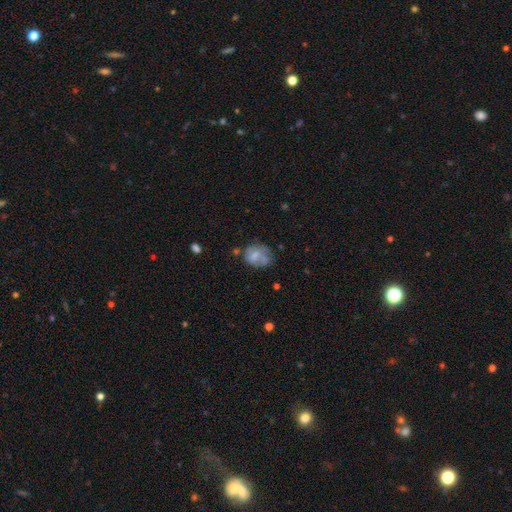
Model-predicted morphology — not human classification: A smooth galaxy with no disk features (60%) that is round (50%).

Vote fractions:
- Smooth or featured? smooth: 60% / featured or disk: 30% / star or artifact: 10%
- How rounded? round: 50% / in between: 49% / cigar-shaped: 1%
- Merging? none: 41% / minor disturbance: 29% / major disturbance: 20% / merger: 11%